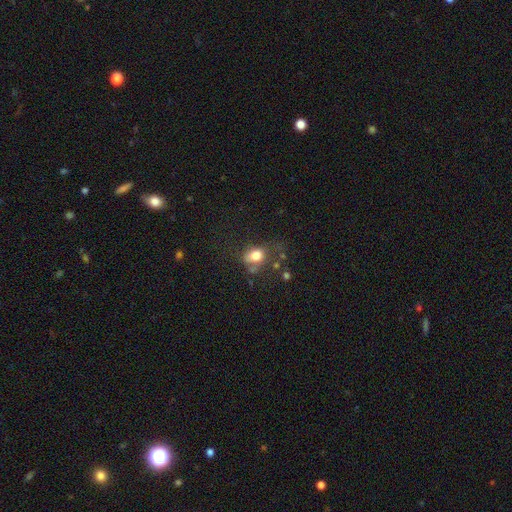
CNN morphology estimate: This is likely a smooth galaxy (74%). How rounded: possibly in between (55%). Merging: marginally none (39%).